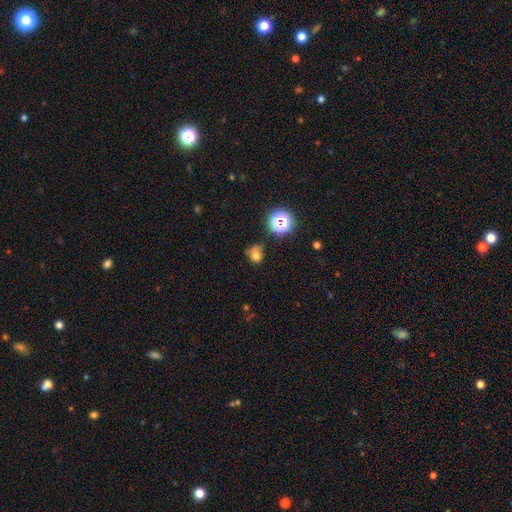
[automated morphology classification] Smooth or featured?
  - smooth: 66% *
  - star or artifact: 21%
  - featured or disk: 13%
How rounded?
  - round: 69% *
  - in between: 30%
  - cigar-shaped: 1%
Merging?
  - none: 44% *
  - minor disturbance: 26%
  - major disturbance: 15%
  - merger: 15%